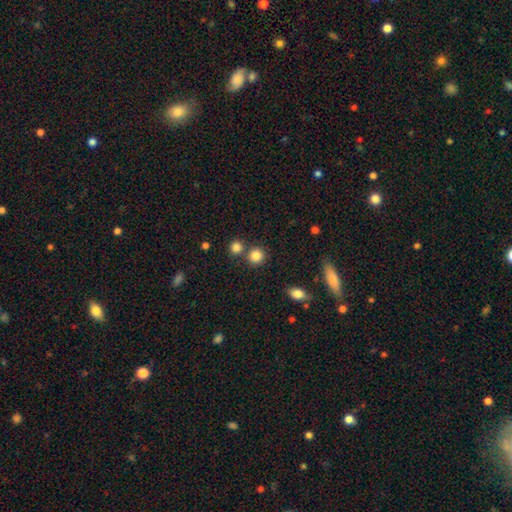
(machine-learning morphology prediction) A smooth galaxy with no disk features (84%) that is round (90%). Merging: none (75%).